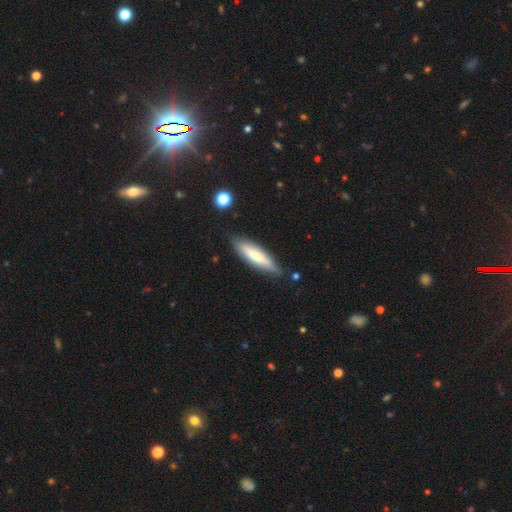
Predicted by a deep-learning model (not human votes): smooth 64%, featured or disk 31%, star or artifact 6%. Down the decision tree: how rounded — cigar-shaped (73%); merging — none (79%).